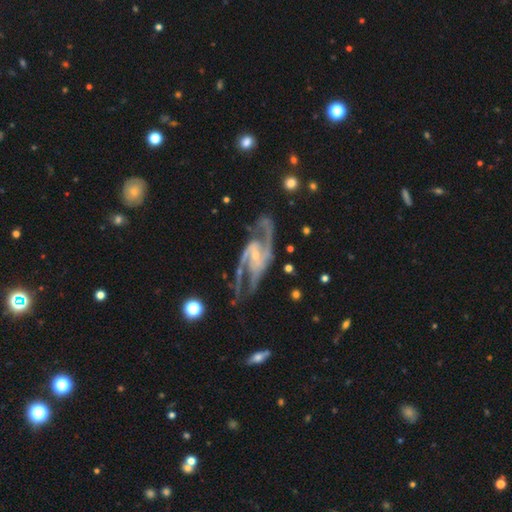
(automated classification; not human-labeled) Morphology: type=featured or disk (93%); edge-on=no (97%); bar=weak (43%); spiral arms=yes (98%); winding=medium (56%); arm count=2 (84%); bulge=small (71%); merging=none (61%).